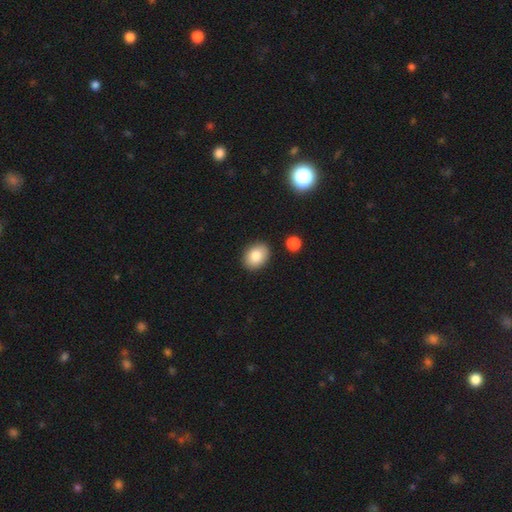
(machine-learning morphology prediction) This is clearly a smooth galaxy (84%). How rounded: likely in between (72%). Merging: clearly none (88%).